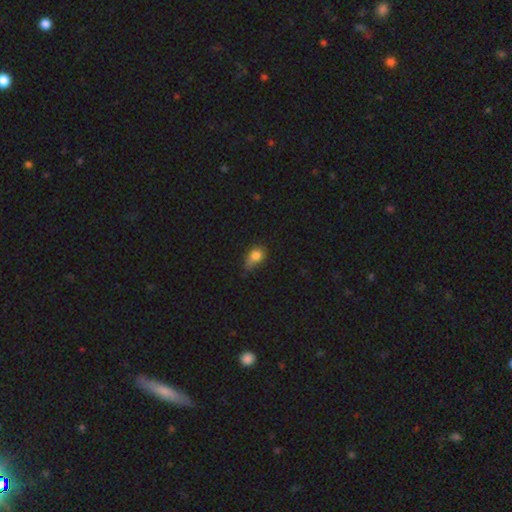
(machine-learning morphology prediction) smooth_or_featured: smooth (p=0.79) [alt: star or artifact p=0.11]
how_rounded: in between (p=0.65) [alt: round p=0.32]
merging: minor disturbance (p=0.44) [alt: none p=0.32]